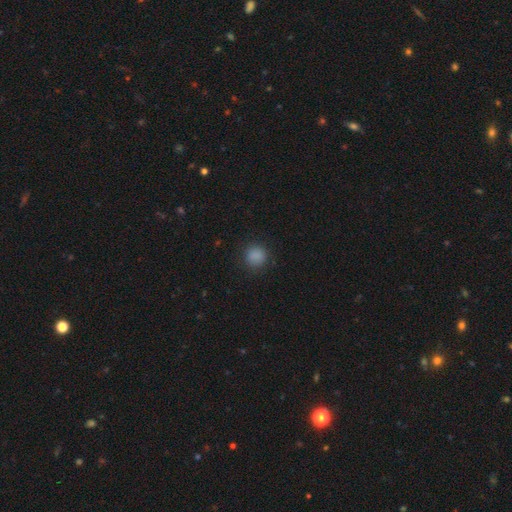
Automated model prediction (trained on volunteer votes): Overall: smooth (86%). How rounded: round (91%). Merging: none (87%).